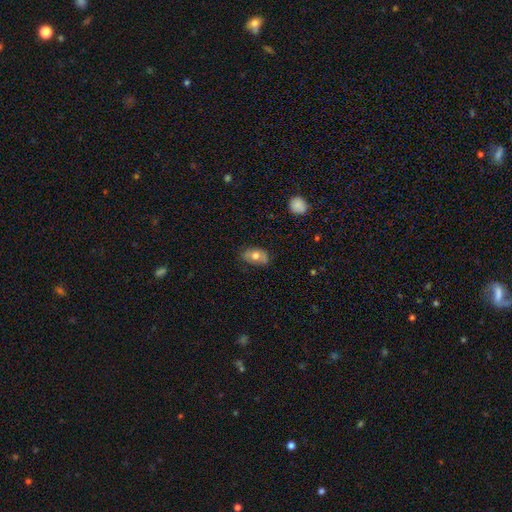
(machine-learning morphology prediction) smooth-or-featured: smooth: 66% | featured or disk: 26% | star or artifact: 8%
  how-rounded: in between: 87% | round: 11% | cigar-shaped: 2%
  merging: none: 70% | minor disturbance: 24% | major disturbance: 5% | merger: 1%